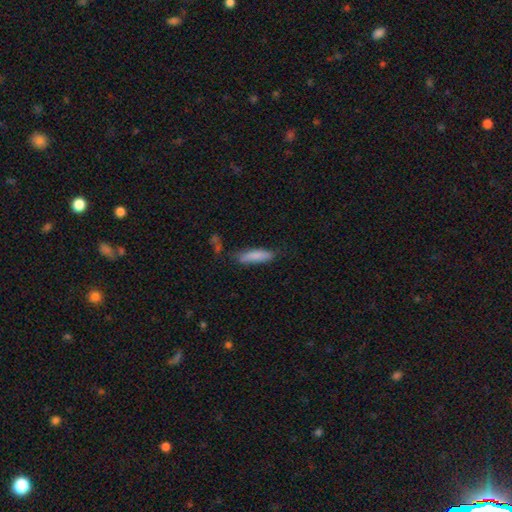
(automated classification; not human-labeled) Morphology: type=smooth (83%); roundness=cigar-shaped (68%); merging=none (69%).